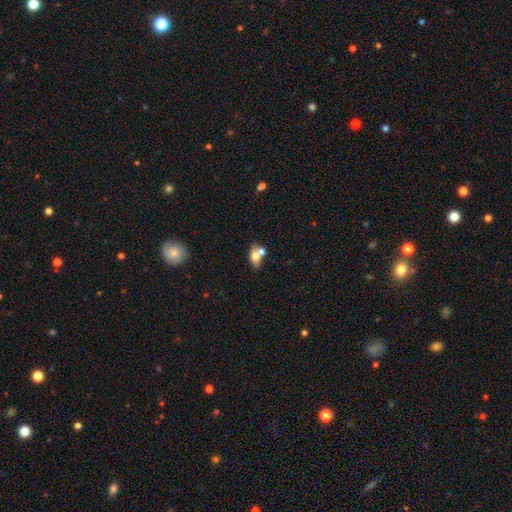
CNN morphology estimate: Smooth or featured? smooth (69%)
How rounded? in between (77%)
Merging? merger (45%)